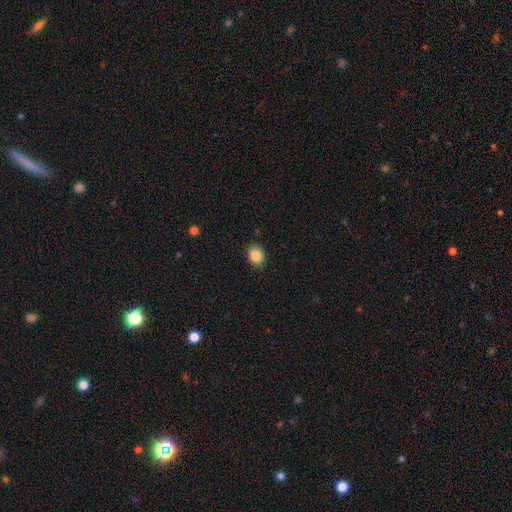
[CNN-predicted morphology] type=smooth (86%); roundness=round (59%); merging=none (89%).